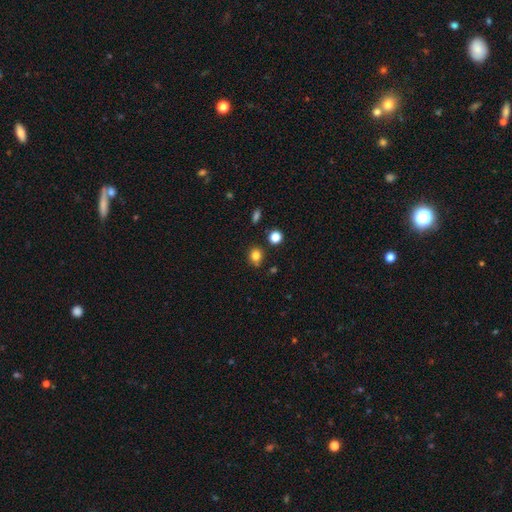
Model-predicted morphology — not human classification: This is clearly a smooth galaxy (81%). How rounded: likely round (71%). Merging: likely none (77%).